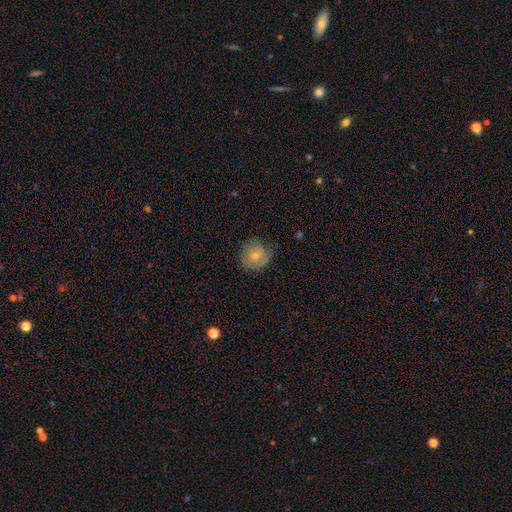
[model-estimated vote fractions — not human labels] Smooth or featured? Predicted: smooth (p=0.64). How rounded? Predicted: round (p=0.85). Merging? Predicted: none (p=0.71).